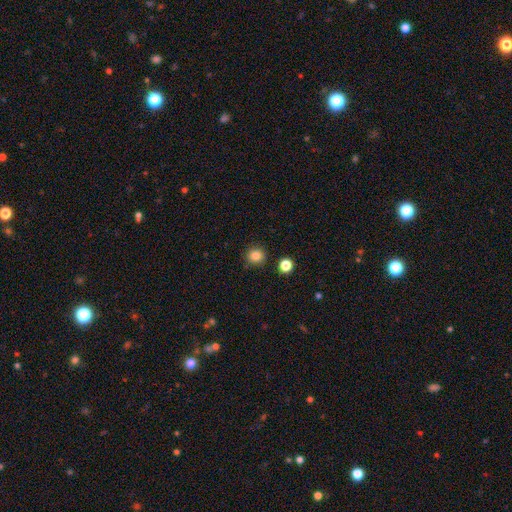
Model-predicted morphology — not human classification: type=smooth (83%); roundness=round (93%); merging=none (89%).